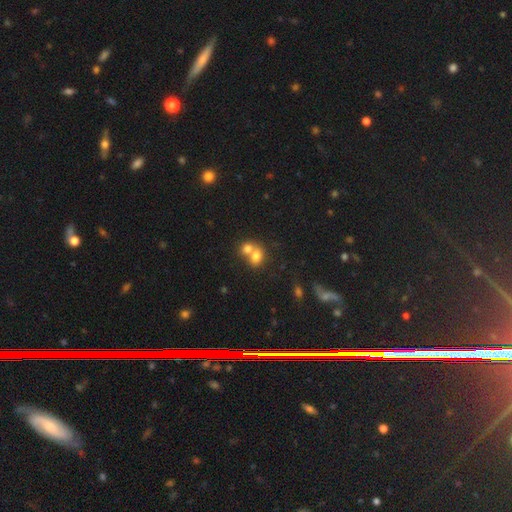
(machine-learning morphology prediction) smooth-or-featured: smooth: 74% | featured or disk: 16% | star or artifact: 10%
  how-rounded: round: 58% | in between: 41% | cigar-shaped: 1%
  merging: merger: 68% | none: 24% | minor disturbance: 5% | major disturbance: 3%